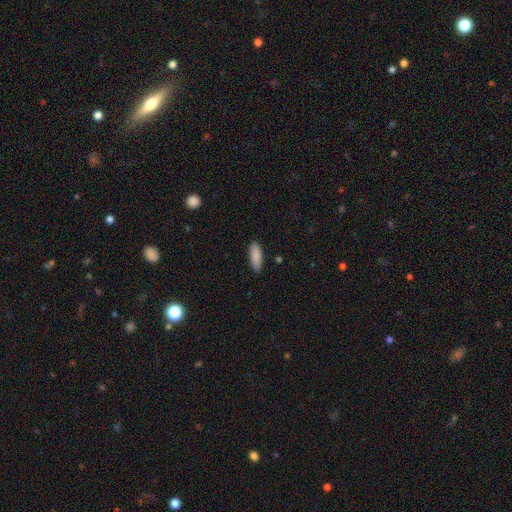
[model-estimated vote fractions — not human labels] Smooth or featured?
  - smooth: 89% *
  - star or artifact: 6%
  - featured or disk: 5%
How rounded?
  - in between: 71% *
  - cigar-shaped: 28%
  - round: 2%
Merging?
  - none: 86% *
  - minor disturbance: 11%
  - major disturbance: 2%
  - merger: 1%